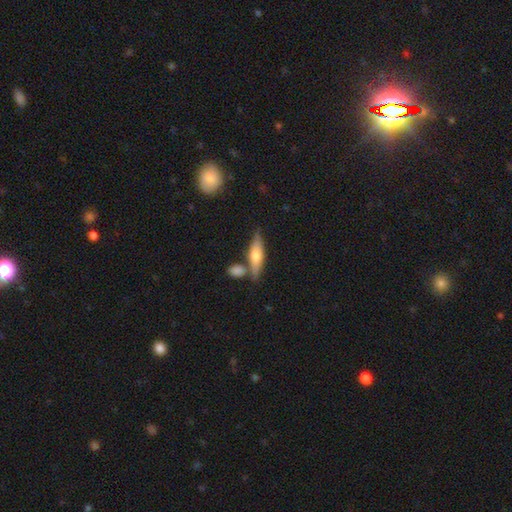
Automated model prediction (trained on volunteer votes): A smooth galaxy with no disk features (55%) that is cigar-shaped (60%). Merging: none (68%).